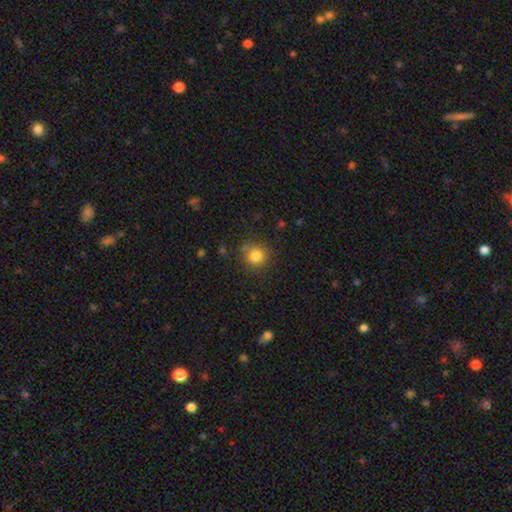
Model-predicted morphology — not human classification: Smooth or featured?
  - smooth: 83% *
  - star or artifact: 11%
  - featured or disk: 6%
How rounded?
  - round: 88% *
  - in between: 11%
  - cigar-shaped: 1%
Merging?
  - none: 80% *
  - minor disturbance: 13%
  - major disturbance: 4%
  - merger: 2%